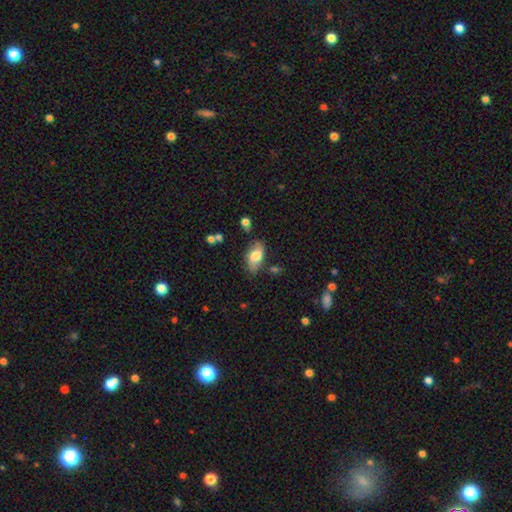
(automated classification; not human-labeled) Morphology: type=smooth (65%); roundness=in between (92%); merging=none (68%).